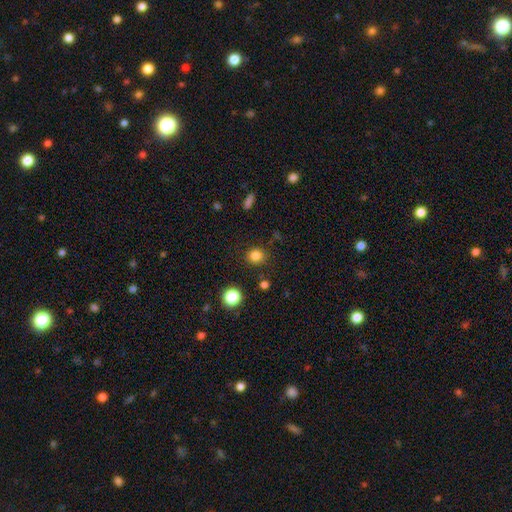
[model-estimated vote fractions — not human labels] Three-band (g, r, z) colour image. It shows a smooth galaxy with no disk features (83%) that is round (82%). Merging: none (86%).